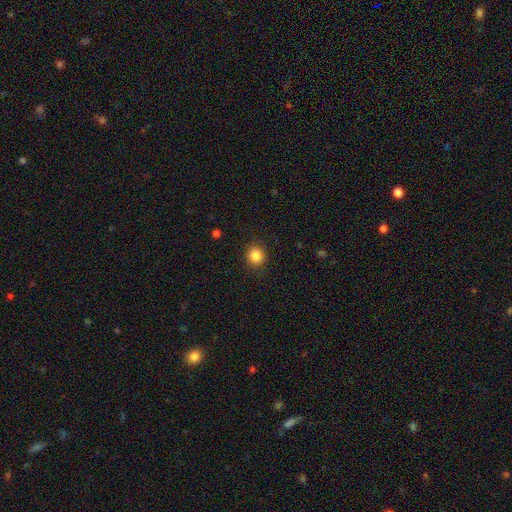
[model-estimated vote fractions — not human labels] This appears to be a smooth galaxy with no disk features (85%) that is round (85%). Merging: none (90%).